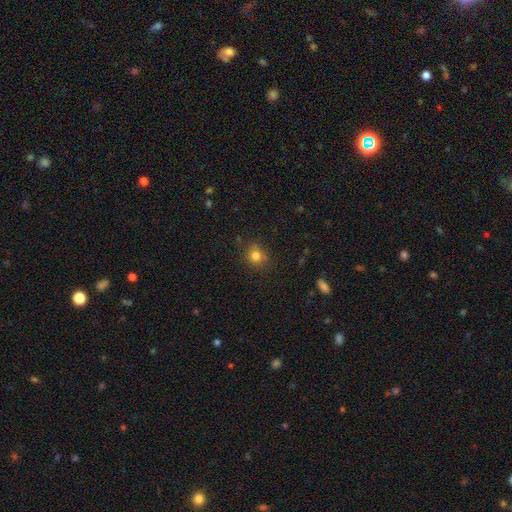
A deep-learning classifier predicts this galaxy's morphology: Smooth or featured: smooth — 79% (star or artifact — 14%)
How rounded: round — 82% (in between — 17%)
Merging: none — 81% (minor disturbance — 13%)